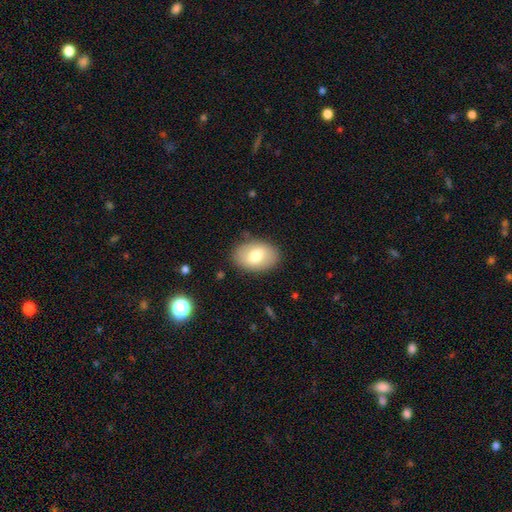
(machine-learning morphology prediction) type=smooth (71%); roundness=in between (85%); merging=none (85%).